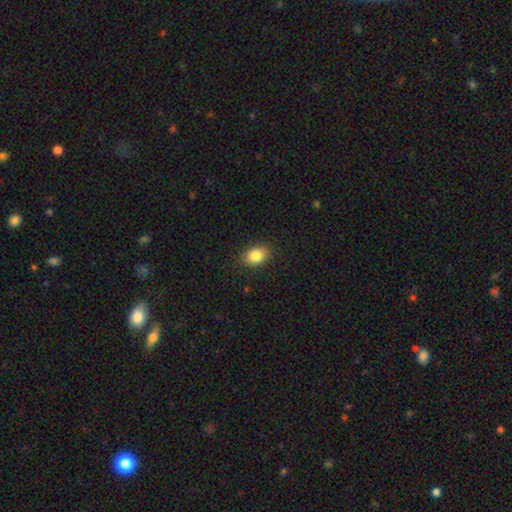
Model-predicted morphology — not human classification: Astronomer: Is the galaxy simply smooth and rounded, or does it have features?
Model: smooth — 85%.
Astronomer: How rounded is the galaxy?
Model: in between — 75%.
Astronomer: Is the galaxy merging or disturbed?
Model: none — 88%.